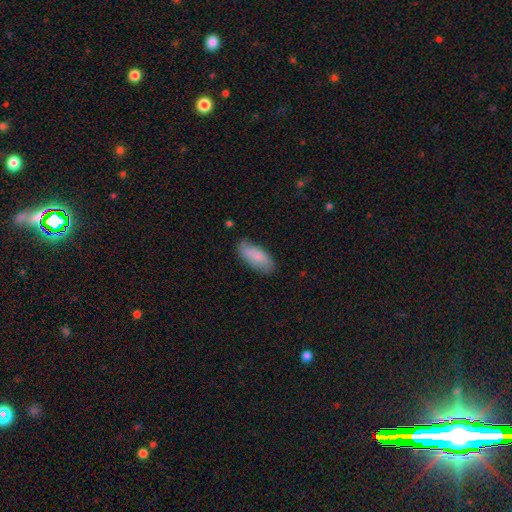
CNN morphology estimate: A smooth galaxy with no disk features (81%) that is in between round and cigar-shaped (85%). Merging: none (74%).